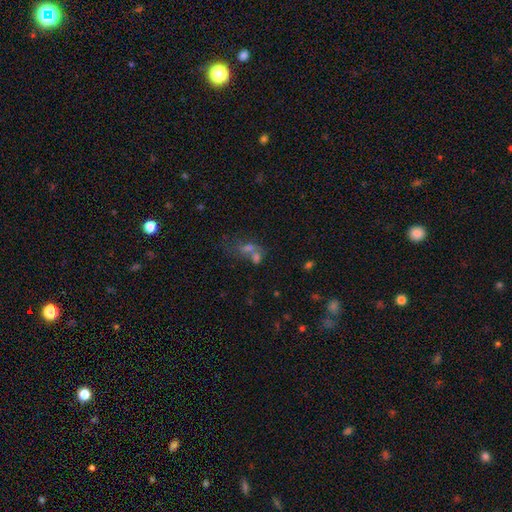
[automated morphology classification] The model was most divided on "smooth or featured": smooth: 49%, star or artifact: 27%, featured or disk: 24%. More confident: merging — merger (52%).